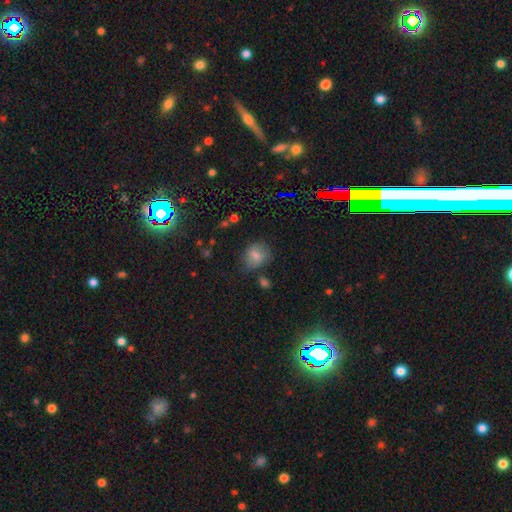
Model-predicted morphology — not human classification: smooth 71%, featured or disk 18%, star or artifact 11%. Down the decision tree: how rounded — round (54%); merging — none (62%).